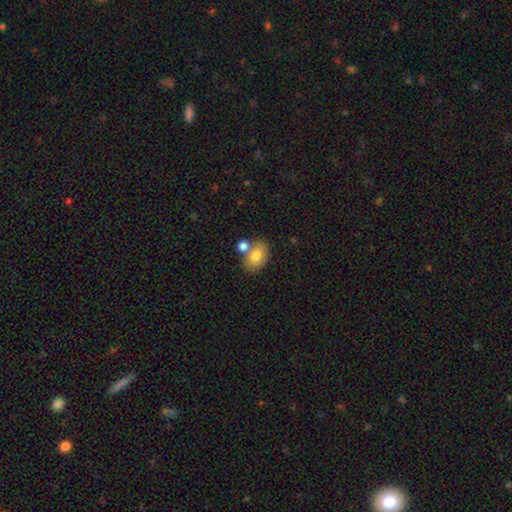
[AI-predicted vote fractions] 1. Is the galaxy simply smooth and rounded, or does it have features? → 79% smooth, 13% featured or disk, 7% star or artifact.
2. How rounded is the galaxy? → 85% in between, 14% round, 1% cigar-shaped.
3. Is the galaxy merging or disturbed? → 56% none, 27% merger, 13% minor disturbance, 4% major disturbance.